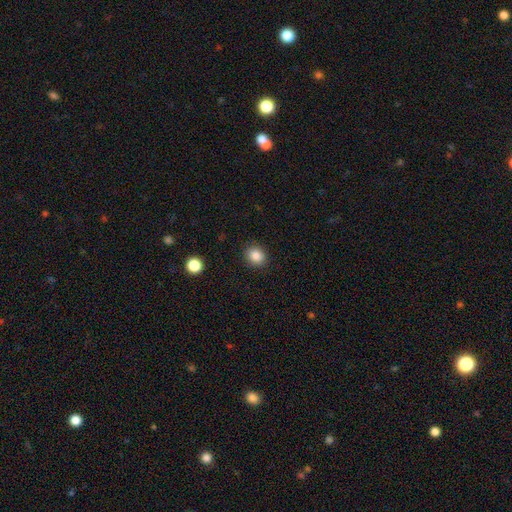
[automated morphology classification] This is clearly a smooth galaxy (87%). How rounded: likely round (66%). Merging: clearly none (89%).